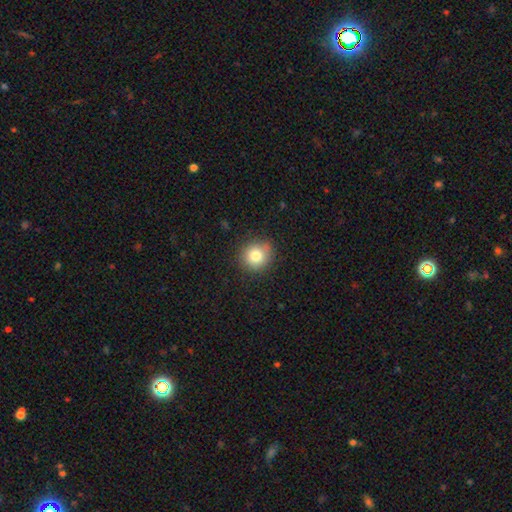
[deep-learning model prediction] smooth 80%, star or artifact 11%, featured or disk 9%. Down the decision tree: how rounded — round (86%); merging — none (83%).